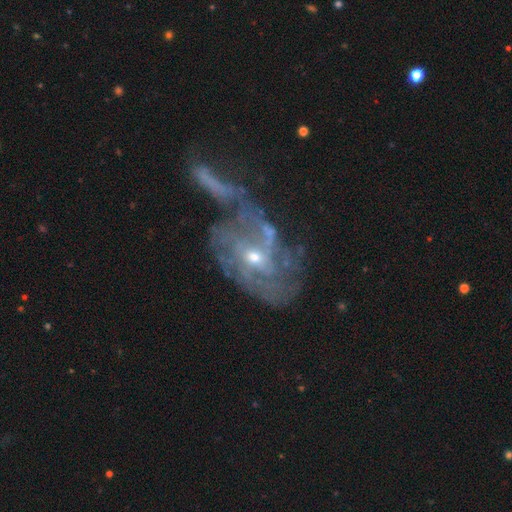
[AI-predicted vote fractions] Smooth or featured? Predicted: featured or disk (p=0.84). Edge-on disk? Predicted: no (p=0.96). Bar? Predicted: no (p=0.51). Spiral arms? Predicted: yes (p=0.86). Spiral winding? Predicted: tight (p=0.43). Spiral arm count? Predicted: can't tell (p=0.43). Bulge size? Predicted: small (p=0.59). Merging? Predicted: merger (p=0.32).